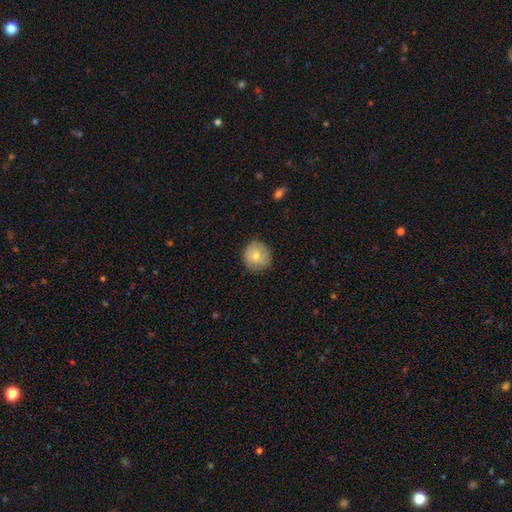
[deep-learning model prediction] smooth 77%, featured or disk 16%, star or artifact 8%. Down the decision tree: how rounded — round (91%); merging — none (83%).